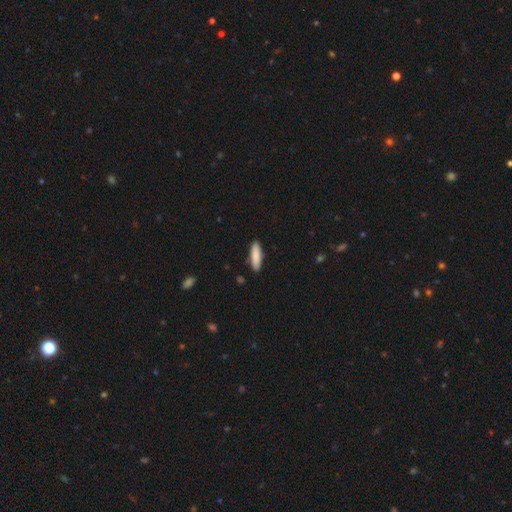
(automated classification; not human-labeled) smooth 86%, featured or disk 9%, star or artifact 6%. Down the decision tree: how rounded — cigar-shaped (68%); merging — none (88%).